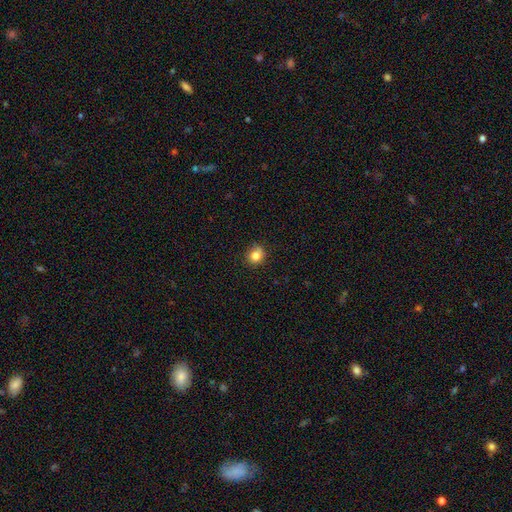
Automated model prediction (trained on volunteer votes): A smooth galaxy with no disk features (82%) that is round (82%).

Vote fractions:
- Smooth or featured? smooth: 82% / star or artifact: 12% / featured or disk: 7%
- How rounded? round: 82% / in between: 17% / cigar-shaped: 1%
- Merging? none: 76% / minor disturbance: 19% / major disturbance: 4% / merger: 2%